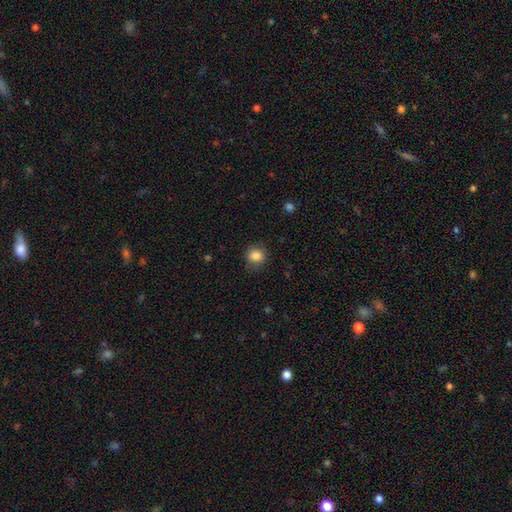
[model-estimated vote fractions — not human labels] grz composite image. It shows a smooth galaxy with no disk features (86%) that is round (84%). Merging: none (81%).